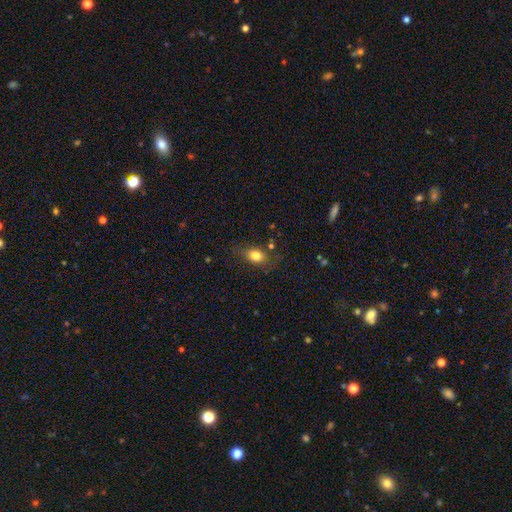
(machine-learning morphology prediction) This appears to be a smooth galaxy with no disk features (81%) that is in between round and cigar-shaped (73%). Merging: none (75%).